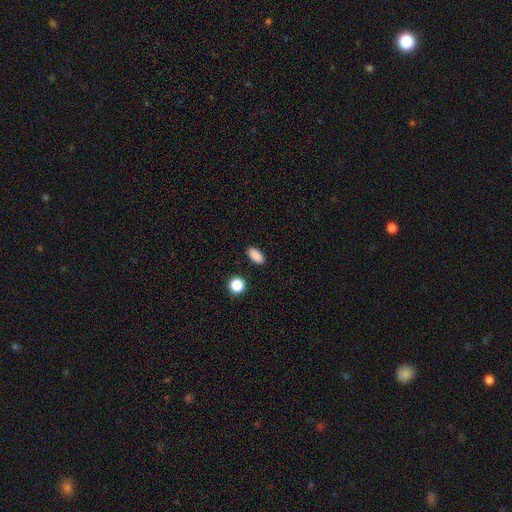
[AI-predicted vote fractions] Smooth or featured? Predicted: smooth (p=0.87). How rounded? Predicted: in between (p=0.89). Merging? Predicted: none (p=0.89).